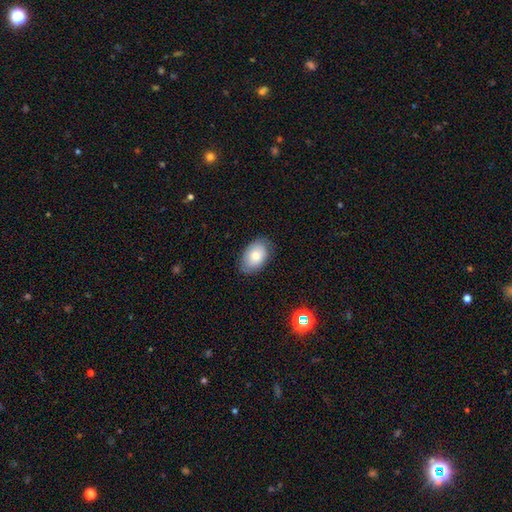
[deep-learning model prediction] A smooth galaxy with no disk features (75%) that is in between round and cigar-shaped (88%).

Vote fractions:
- Smooth or featured? smooth: 75% / featured or disk: 17% / star or artifact: 8%
- How rounded? in between: 88% / round: 11% / cigar-shaped: 1%
- Merging? none: 81% / minor disturbance: 15% / major disturbance: 3% / merger: 1%